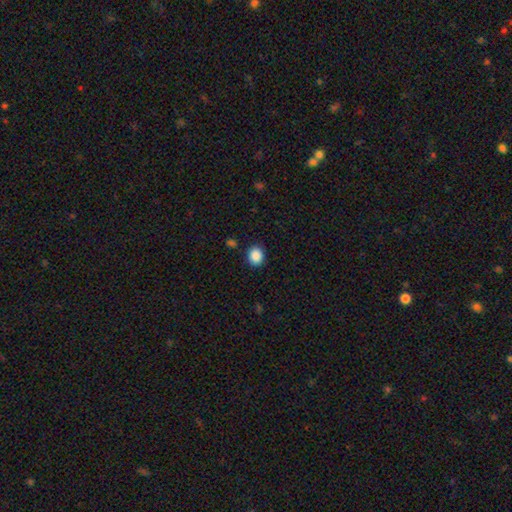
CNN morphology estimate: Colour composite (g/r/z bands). It shows a smooth galaxy with no disk features (88%) that is round (70%). Merging: none (89%).